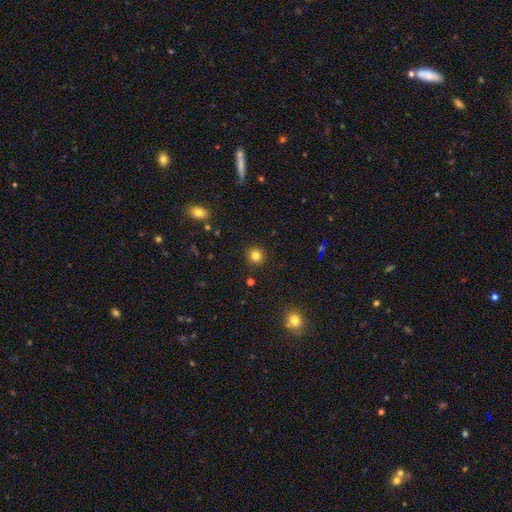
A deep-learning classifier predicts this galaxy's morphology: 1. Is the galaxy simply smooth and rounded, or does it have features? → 82% smooth, 13% star or artifact, 5% featured or disk.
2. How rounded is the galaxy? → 92% round, 7% in between, 1% cigar-shaped.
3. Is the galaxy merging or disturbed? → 91% none, 6% minor disturbance, 2% major disturbance, 1% merger.